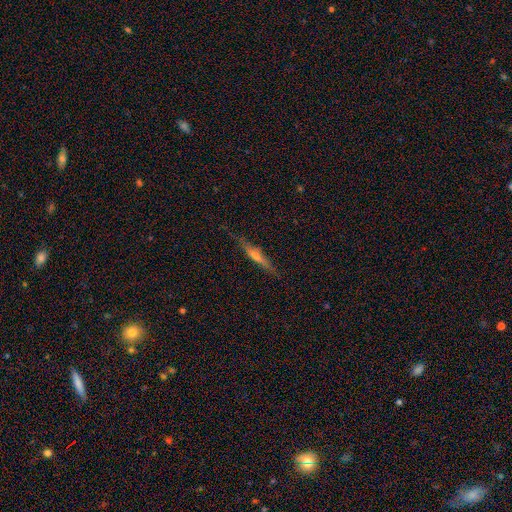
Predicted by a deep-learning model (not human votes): Smooth or featured: featured or disk — 62% (smooth — 31%)
Edge-on disk: yes — 95% (no — 5%)
Edge-on bulge: rounded — 78% (none — 16%)
Merging: none — 81% (minor disturbance — 14%)